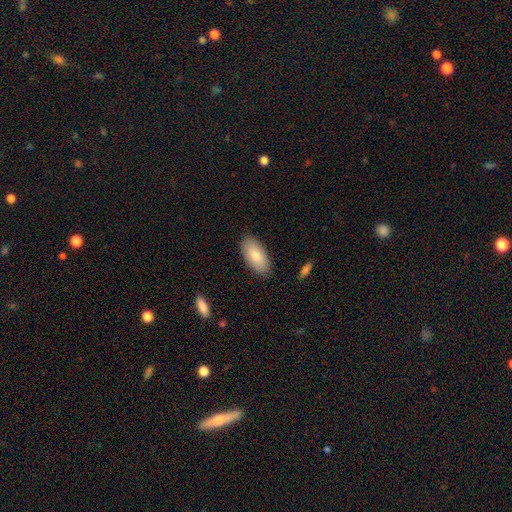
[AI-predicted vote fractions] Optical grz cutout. It shows a smooth galaxy with no disk features (82%) that is in between round and cigar-shaped (92%). Merging: none (87%).